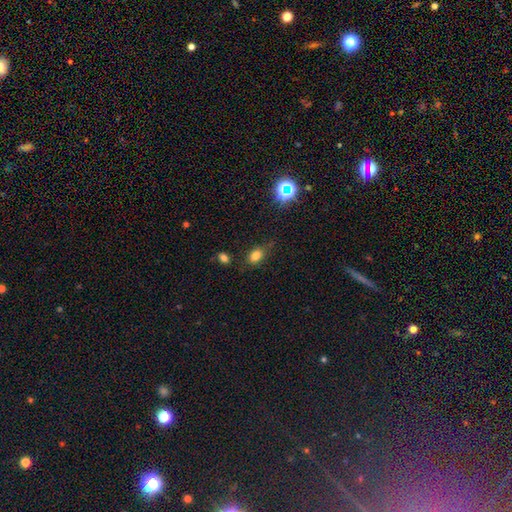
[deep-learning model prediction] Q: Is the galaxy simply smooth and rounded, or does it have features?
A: smooth — 76%.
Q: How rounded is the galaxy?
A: in between — 77%.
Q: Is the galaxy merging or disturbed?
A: none — 70%.